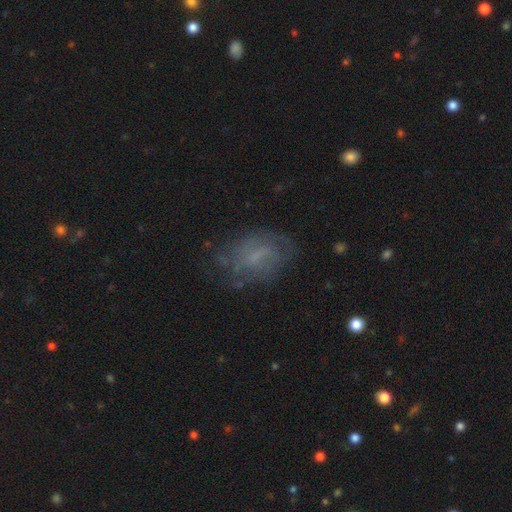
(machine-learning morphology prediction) The model was most divided on "bar": weak: 46%, no: 43%, strong: 11%. Remaining: edge-on disk — no (96%); spiral arms — yes (74%); merging — none (65%); smooth or featured — featured or disk (56%); bulge size — none (44%).